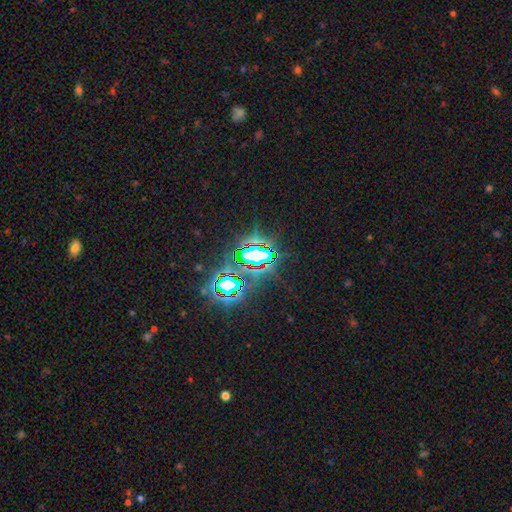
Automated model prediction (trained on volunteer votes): Smooth or featured?
  - star or artifact: 77% *
  - smooth: 12%
  - featured or disk: 11%